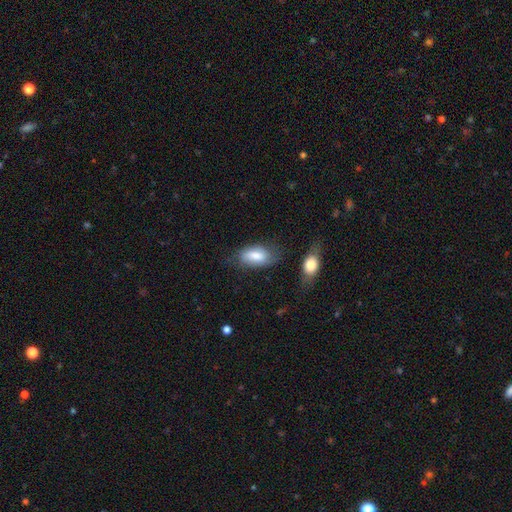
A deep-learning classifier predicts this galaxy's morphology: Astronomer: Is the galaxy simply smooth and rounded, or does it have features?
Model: smooth — 79%.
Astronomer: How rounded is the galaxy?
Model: in between — 91%.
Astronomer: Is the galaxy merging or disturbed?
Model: none — 59%.